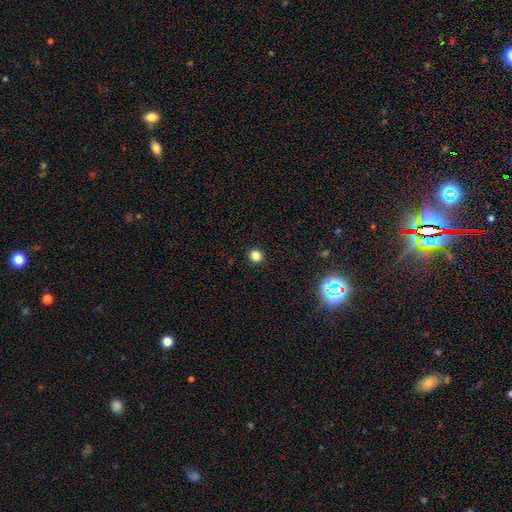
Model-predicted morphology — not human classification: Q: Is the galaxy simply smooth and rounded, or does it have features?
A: smooth — 82%.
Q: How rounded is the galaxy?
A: round — 91%.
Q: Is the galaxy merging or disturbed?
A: none — 93%.